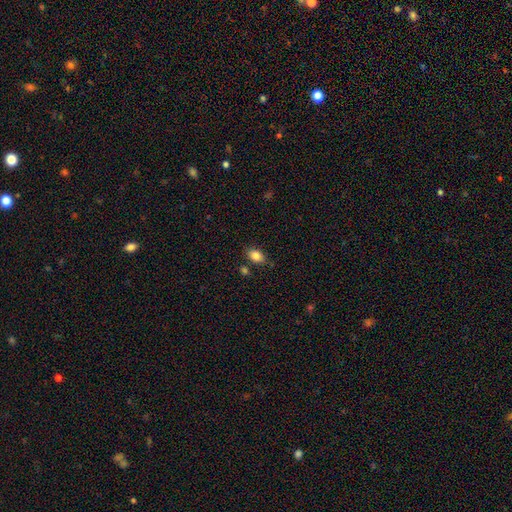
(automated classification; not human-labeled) smooth 85%, star or artifact 9%, featured or disk 6%. Down the decision tree: how rounded — in between (83%); merging — none (78%).